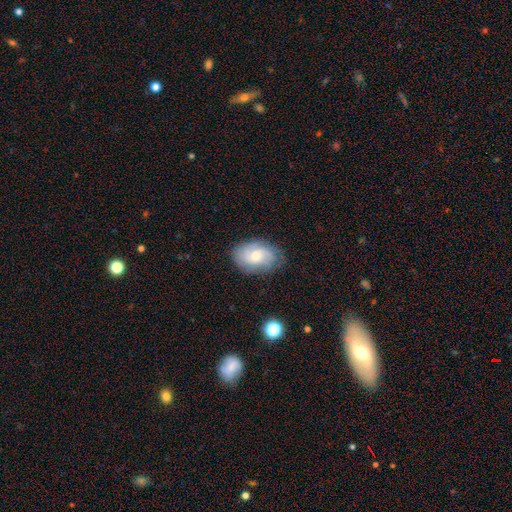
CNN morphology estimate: This is likely a featured or disk galaxy (60%). It is clearly not viewed edge-on (96%). Bar: likely no (63%). Spiral arm pattern: clearly yes (90%). Spiral arm count: marginally 2 (39%). Spiral winding: marginally tight (42%). Central bulge: possibly moderate (50%). Merging: likely none (77%).